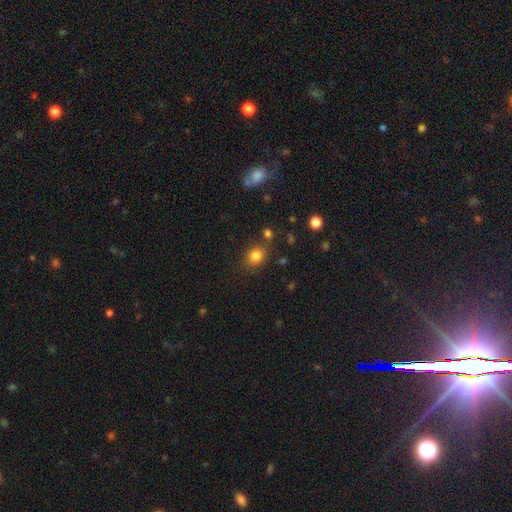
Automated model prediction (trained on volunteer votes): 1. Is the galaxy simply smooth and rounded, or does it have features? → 82% smooth, 12% star or artifact, 6% featured or disk.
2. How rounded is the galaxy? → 56% round, 43% in between, 1% cigar-shaped.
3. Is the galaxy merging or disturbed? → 78% none, 12% minor disturbance, 6% merger, 4% major disturbance.